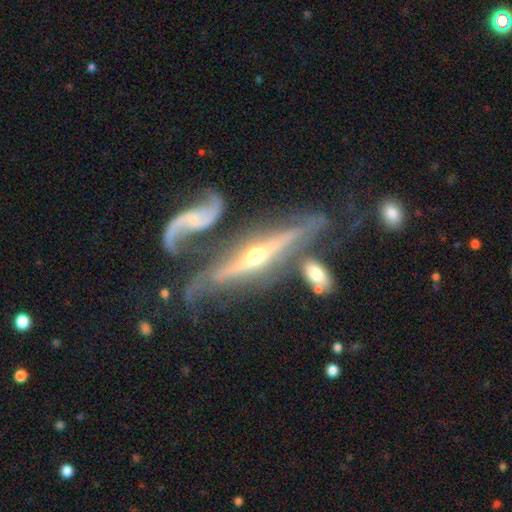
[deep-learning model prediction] Q: Smooth or featured?
A: featured or disk (86%); runner-up: smooth (8%)
Q: Edge-on disk?
A: yes (80%); runner-up: no (20%)
Q: Edge-on bulge?
A: rounded (88%); runner-up: none (9%)
Q: Merging?
A: none (47%); runner-up: merger (23%)